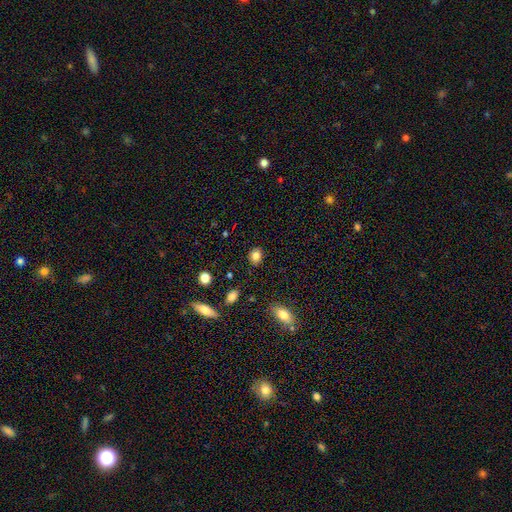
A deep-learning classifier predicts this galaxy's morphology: Smooth or featured? Predicted: smooth (p=0.82). How rounded? Predicted: round (p=0.55). Merging? Predicted: none (p=0.88).